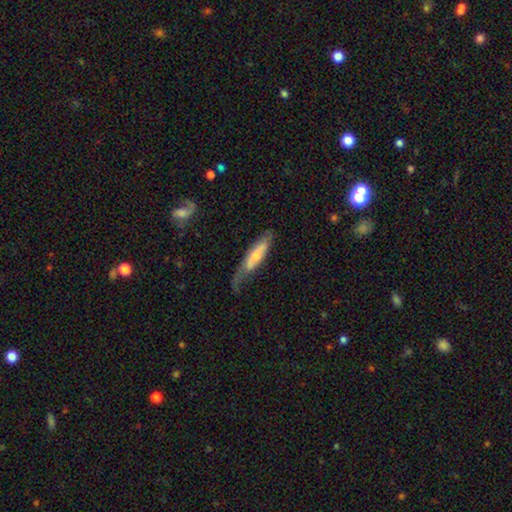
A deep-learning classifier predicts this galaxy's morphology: This appears to be a smooth galaxy with no disk features (51%) that is cigar-shaped (68%). Merging: none (39%).